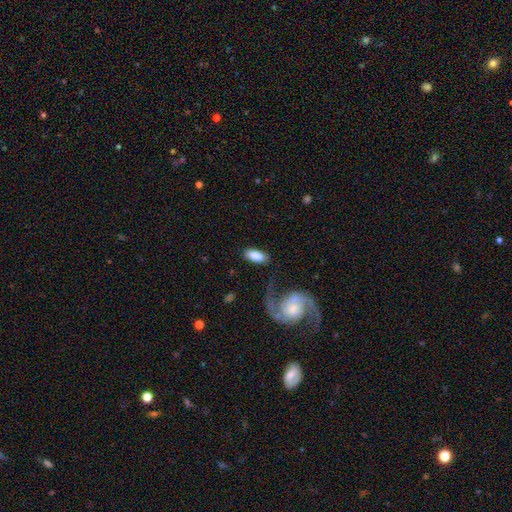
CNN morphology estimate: This appears to be a smooth galaxy with no disk features (81%) that is in between round and cigar-shaped (90%). Merging: none (73%).